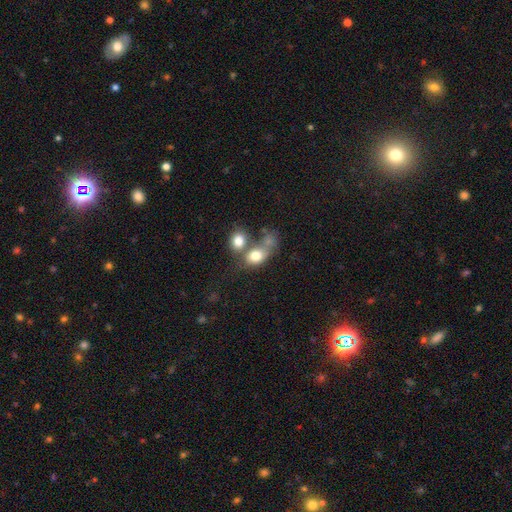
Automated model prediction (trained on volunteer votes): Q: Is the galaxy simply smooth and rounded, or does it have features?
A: smooth — 76%.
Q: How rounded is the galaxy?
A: in between — 60%.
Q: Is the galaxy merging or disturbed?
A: merger — 53%.